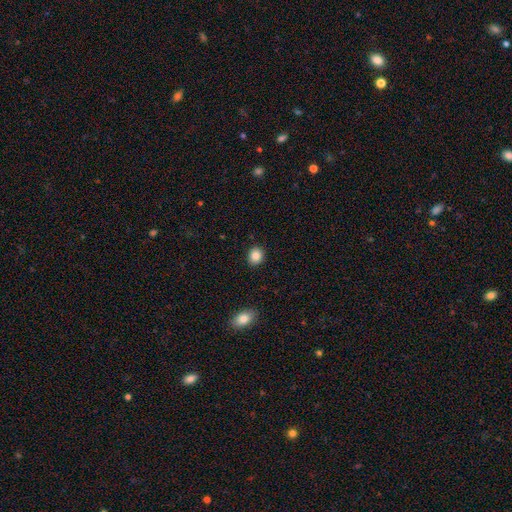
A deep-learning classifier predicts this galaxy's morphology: This appears to be a smooth galaxy with no disk features (86%) that is round (70%). Merging: none (90%).